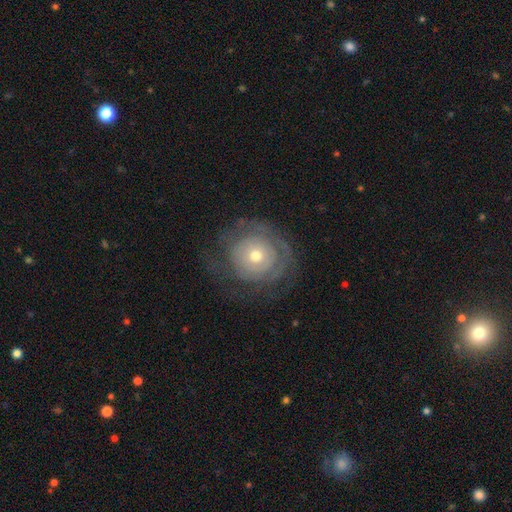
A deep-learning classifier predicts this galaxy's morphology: A featured or disk galaxy (63%) with no bar (88%), spiral arms (63%) and a moderate central bulge (51%). Merging: none (67%).